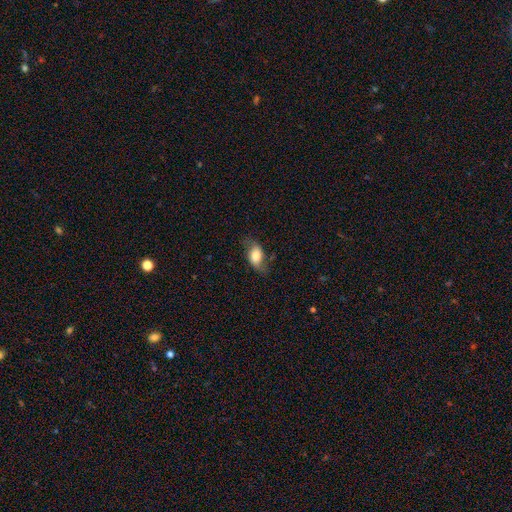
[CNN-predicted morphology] Q: Smooth or featured?
A: smooth (61%); runner-up: featured or disk (31%)
Q: How rounded?
A: in between (86%); runner-up: round (10%)
Q: Merging?
A: none (61%); runner-up: minor disturbance (25%)